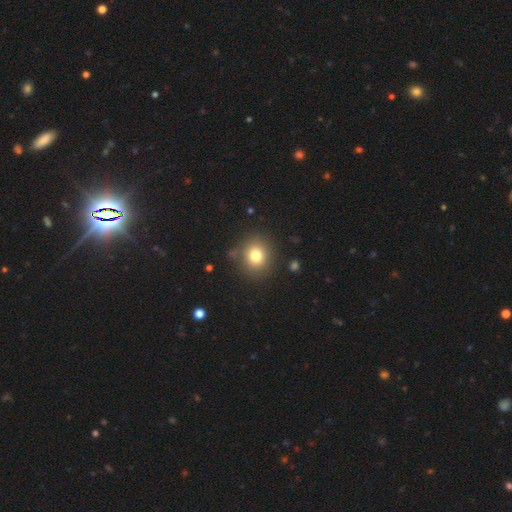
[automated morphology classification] Smooth or featured?
  - smooth: 78% *
  - star or artifact: 12%
  - featured or disk: 10%
How rounded?
  - round: 80% *
  - in between: 19%
  - cigar-shaped: 1%
Merging?
  - none: 84% *
  - minor disturbance: 9%
  - major disturbance: 4%
  - merger: 3%